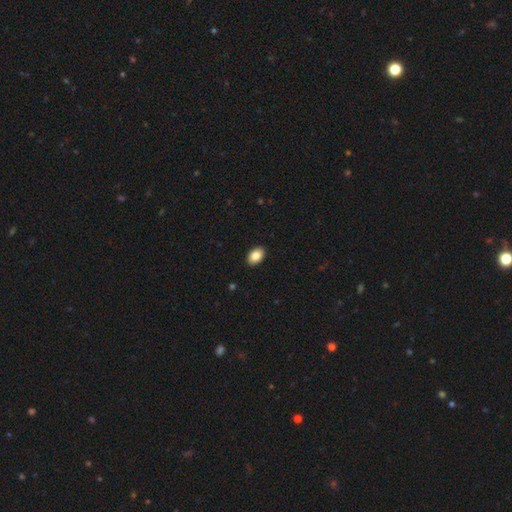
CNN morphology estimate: Smooth or featured? Predicted: smooth (p=0.86). How rounded? Predicted: in between (p=0.85). Merging? Predicted: none (p=0.91).